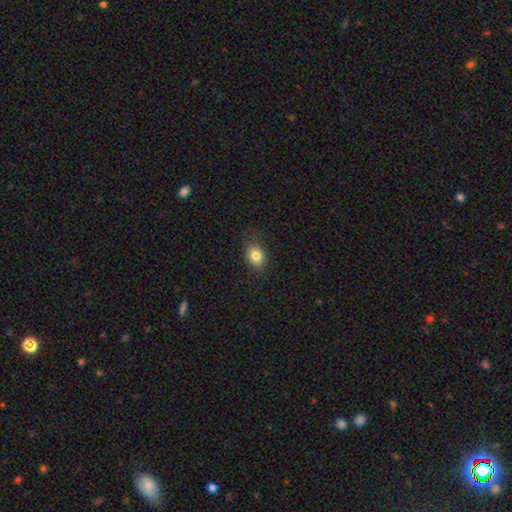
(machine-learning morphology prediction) Smooth or featured? Predicted: smooth (p=0.83). How rounded? Predicted: in between (p=0.60). Merging? Predicted: none (p=0.82).